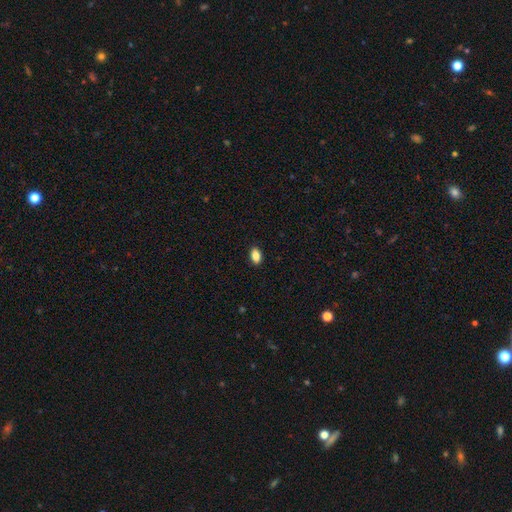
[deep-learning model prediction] Q: Smooth or featured?
A: smooth (86%); runner-up: star or artifact (8%)
Q: How rounded?
A: in between (88%); runner-up: round (8%)
Q: Merging?
A: none (90%); runner-up: minor disturbance (8%)